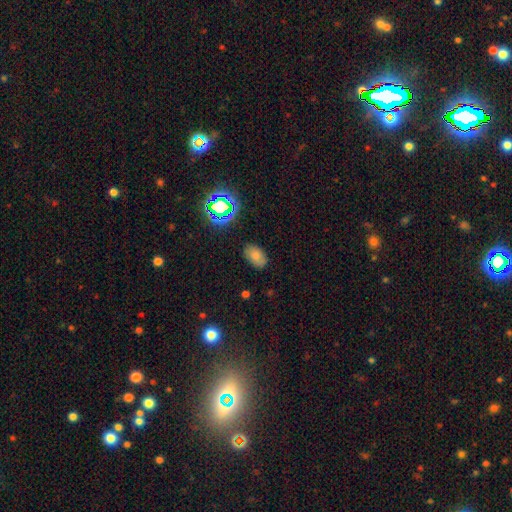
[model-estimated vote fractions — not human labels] Smooth or featured?
  - smooth: 74% *
  - star or artifact: 17%
  - featured or disk: 10%
How rounded?
  - in between: 88% *
  - round: 11%
  - cigar-shaped: 1%
Merging?
  - none: 81% *
  - minor disturbance: 14%
  - major disturbance: 3%
  - merger: 2%